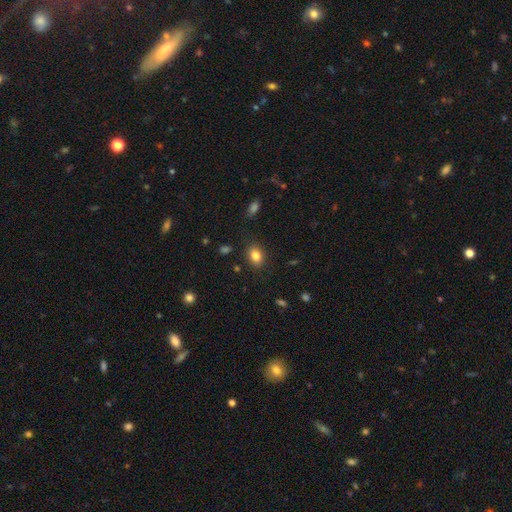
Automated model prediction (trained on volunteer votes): A smooth galaxy with no disk features (84%) that is in between round and cigar-shaped (74%). Merging: none (85%).